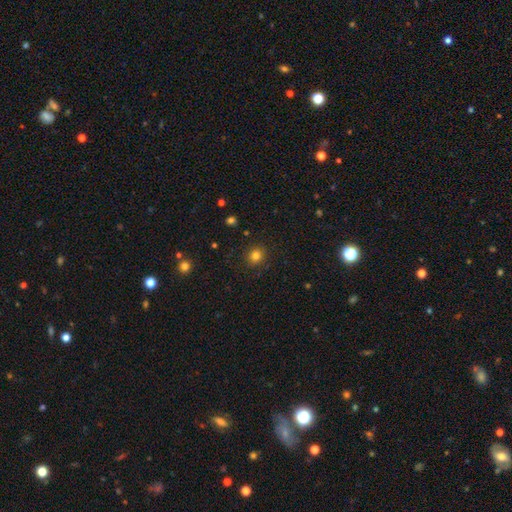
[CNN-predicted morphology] A smooth galaxy with no disk features (81%) that is round (86%).

Vote fractions:
- Smooth or featured? smooth: 81% / star or artifact: 13% / featured or disk: 6%
- How rounded? round: 86% / in between: 13% / cigar-shaped: 1%
- Merging? none: 89% / minor disturbance: 7% / major disturbance: 2% / merger: 1%